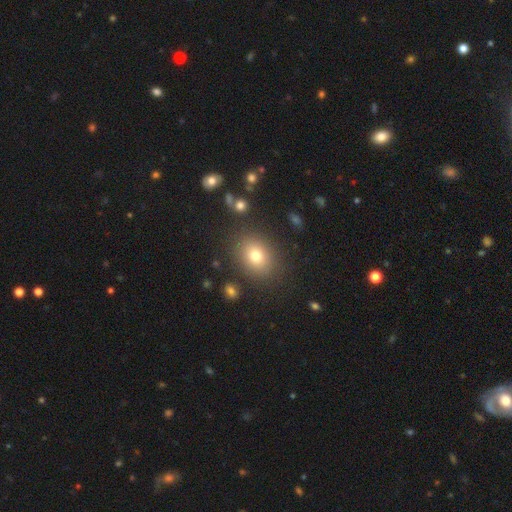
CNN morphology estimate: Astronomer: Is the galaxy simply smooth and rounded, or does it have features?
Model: smooth — 76%.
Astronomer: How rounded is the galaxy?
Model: in between — 51% (runner-up: round, 48%).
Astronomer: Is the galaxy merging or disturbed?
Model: none — 85%.